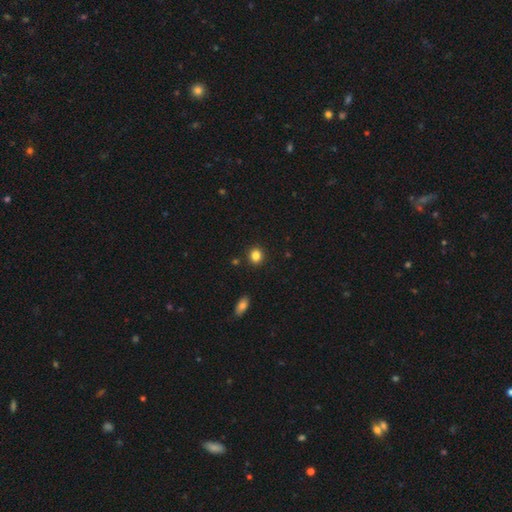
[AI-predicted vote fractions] Smooth or featured? Predicted: smooth (p=0.84). How rounded? Predicted: round (p=0.76). Merging? Predicted: none (p=0.90).